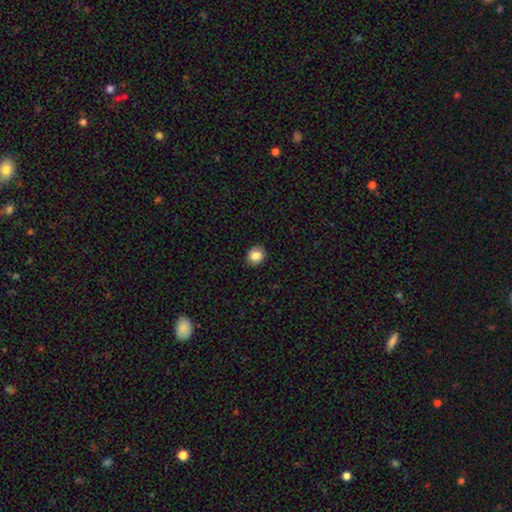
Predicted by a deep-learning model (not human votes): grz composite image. It shows a smooth galaxy with no disk features (85%) that is round (75%). Merging: none (88%).